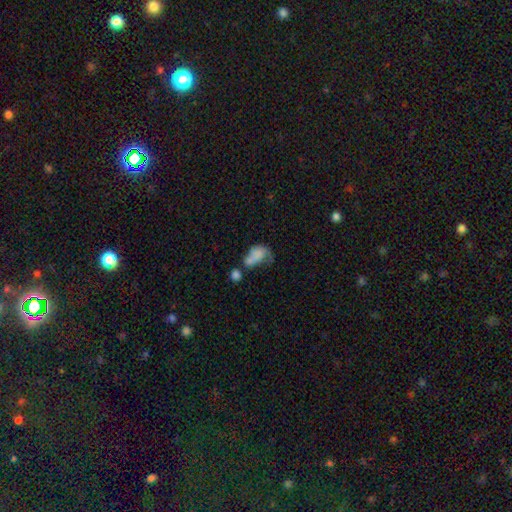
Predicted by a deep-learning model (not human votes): Overall: smooth (63%; featured or disk 27%). How rounded: in between (83%). Merging: merger (36%; major disturbance 31%).